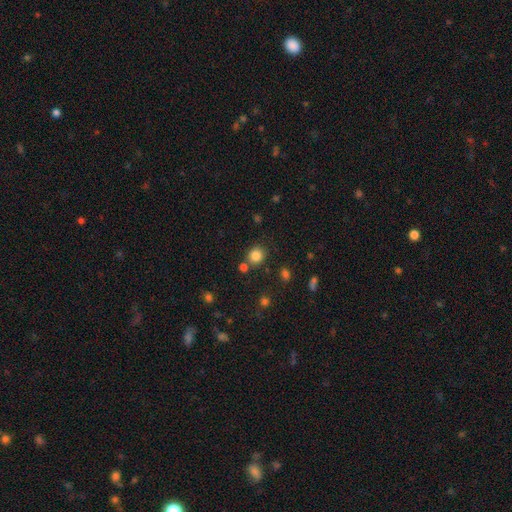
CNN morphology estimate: type=smooth (83%); roundness=round (82%); merging=none (76%).